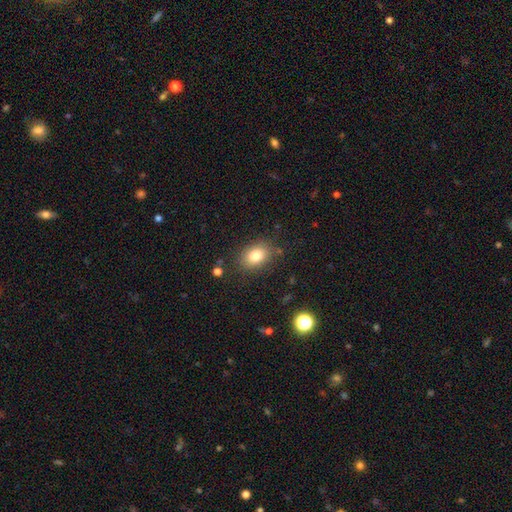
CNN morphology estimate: Smooth or featured? Predicted: smooth (p=0.81). How rounded? Predicted: in between (p=0.73). Merging? Predicted: none (p=0.81).